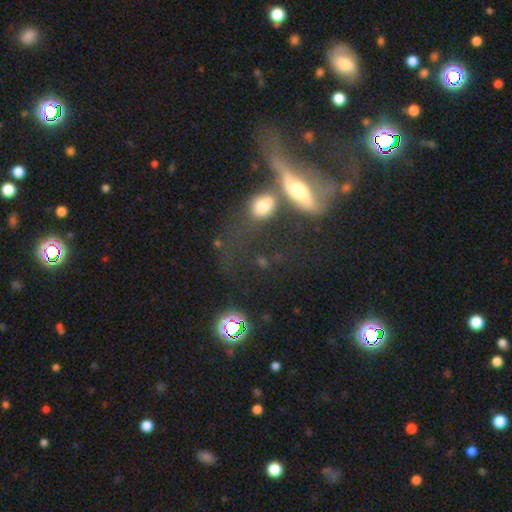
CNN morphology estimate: Smooth or featured?
  - featured or disk: 55% *
  - smooth: 28%
  - star or artifact: 17%
Edge-on disk?
  - no: 61% *
  - yes: 39%
Merging?
  - merger: 49% *
  - major disturbance: 28%
  - none: 15%
  - minor disturbance: 8%